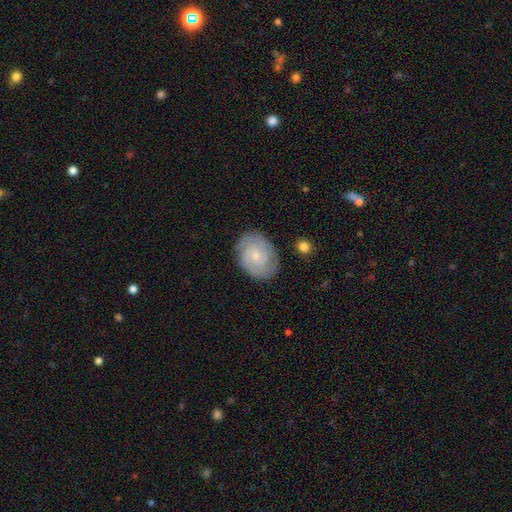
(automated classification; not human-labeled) This is likely a featured or disk galaxy (78%). It is clearly not viewed edge-on (98%). Bar: likely no (68%). Spiral arm pattern: clearly yes (95%). Spiral arm count: possibly 2 (50%). Spiral winding: likely tight (66%). Central bulge: likely small (71%). Merging: clearly none (82%).